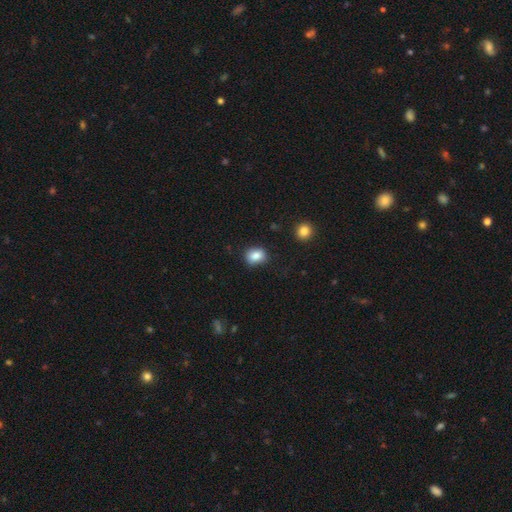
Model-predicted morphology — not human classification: Q: Smooth or featured?
A: smooth (85%); runner-up: star or artifact (9%)
Q: How rounded?
A: in between (50%); runner-up: round (49%)
Q: Merging?
A: none (82%); runner-up: minor disturbance (13%)